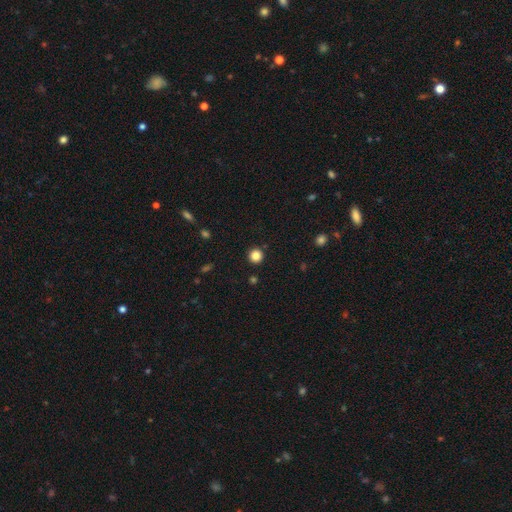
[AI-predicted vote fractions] smooth-or-featured: smooth: 84% | star or artifact: 12% | featured or disk: 4%
  how-rounded: round: 95% | in between: 4% | cigar-shaped: 1%
  merging: none: 93% | minor disturbance: 4% | major disturbance: 2% | merger: 1%